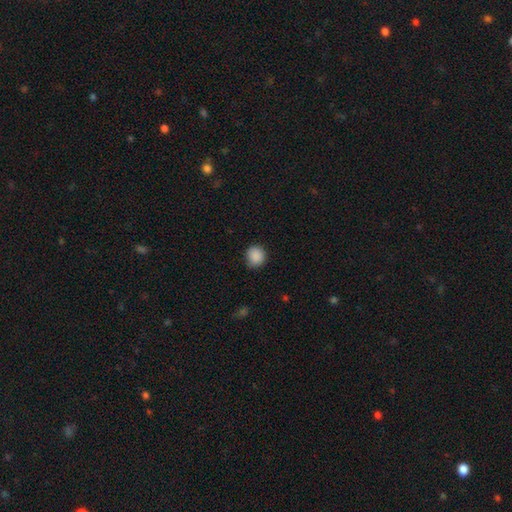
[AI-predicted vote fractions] Smooth or featured?
  - smooth: 89% *
  - star or artifact: 9%
  - featured or disk: 3%
How rounded?
  - round: 86% *
  - in between: 13%
  - cigar-shaped: 1%
Merging?
  - none: 85% *
  - minor disturbance: 12%
  - major disturbance: 2%
  - merger: 1%